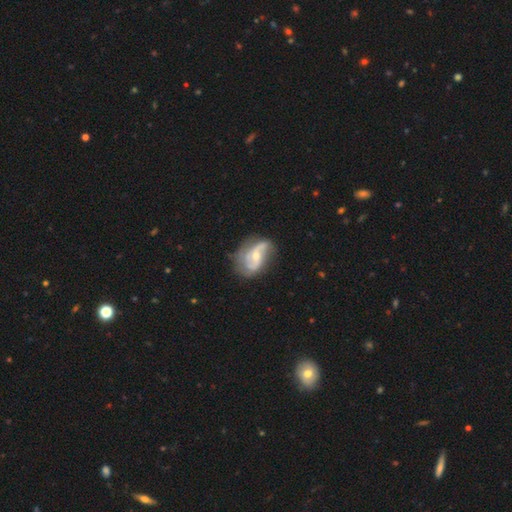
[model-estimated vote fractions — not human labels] Q: Smooth or featured?
A: featured or disk (82%); runner-up: smooth (12%)
Q: Edge-on disk?
A: no (97%); runner-up: yes (3%)
Q: Bar?
A: no (45%); runner-up: weak (39%)
Q: Spiral arms?
A: yes (92%); runner-up: no (8%)
Q: Spiral winding?
A: loose (46%); runner-up: medium (38%)
Q: Spiral arm count?
A: 2 (81%); runner-up: can't tell (8%)
Q: Bulge size?
A: moderate (48%); tied with: small (48%)
Q: Merging?
A: none (60%); runner-up: minor disturbance (24%)